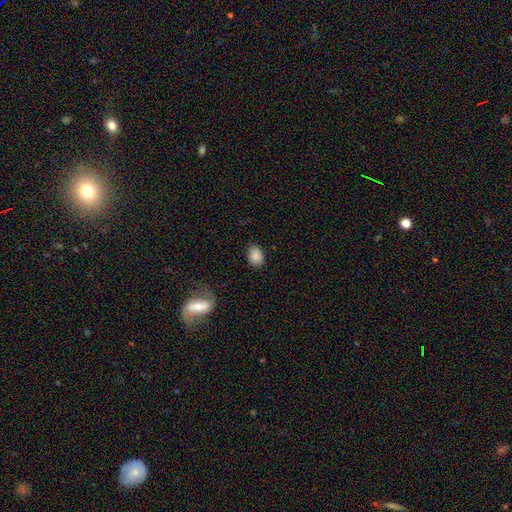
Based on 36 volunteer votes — smooth 92%, featured or disk 8%, star or artifact 0%. Down the decision tree: how rounded — in between (61%); merging — none (89%).